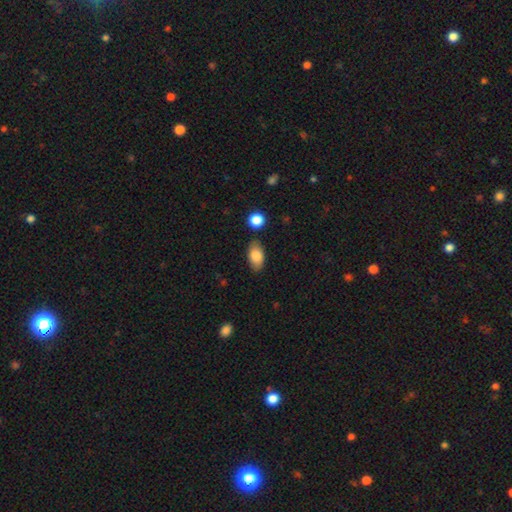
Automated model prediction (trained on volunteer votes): smooth-or-featured: smooth: 83% | featured or disk: 10% | star or artifact: 7%
  how-rounded: in between: 92% | round: 6% | cigar-shaped: 3%
  merging: none: 80% | minor disturbance: 13% | merger: 4% | major disturbance: 3%